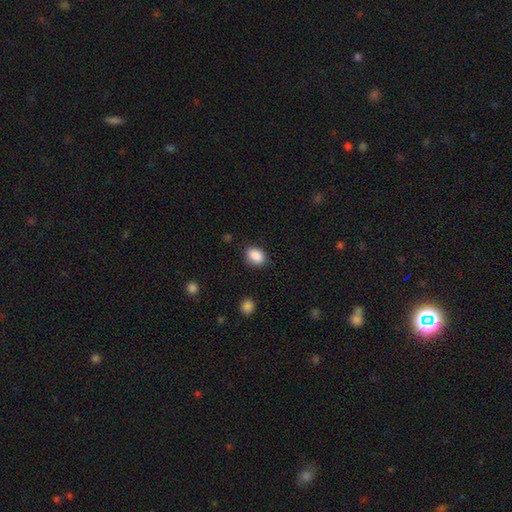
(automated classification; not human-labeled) A smooth galaxy with no disk features (89%) that is in between round and cigar-shaped (76%).

Vote fractions:
- Smooth or featured? smooth: 89% / star or artifact: 8% / featured or disk: 3%
- How rounded? in between: 76% / round: 23% / cigar-shaped: 1%
- Merging? none: 85% / minor disturbance: 11% / major disturbance: 3% / merger: 1%